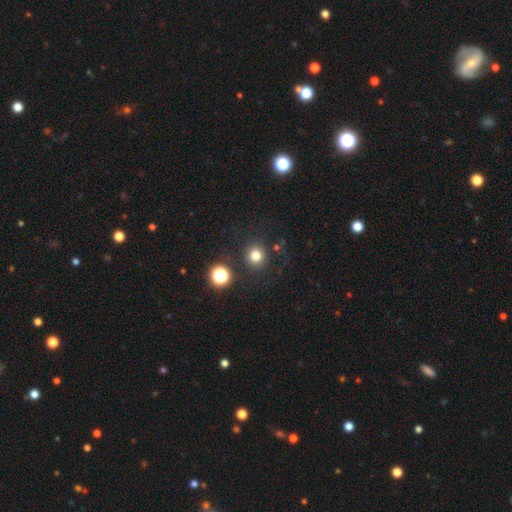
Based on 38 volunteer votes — A smooth galaxy with no disk features (84%) that is round (97%).

Vote fractions:
- Smooth or featured? smooth: 84% / star or artifact: 11% / featured or disk: 5%
- How rounded? round: 97% / in between: 3% / cigar-shaped: 0%
- Merging? none: 79% / major disturbance: 9% / merger: 9% / minor disturbance: 3%